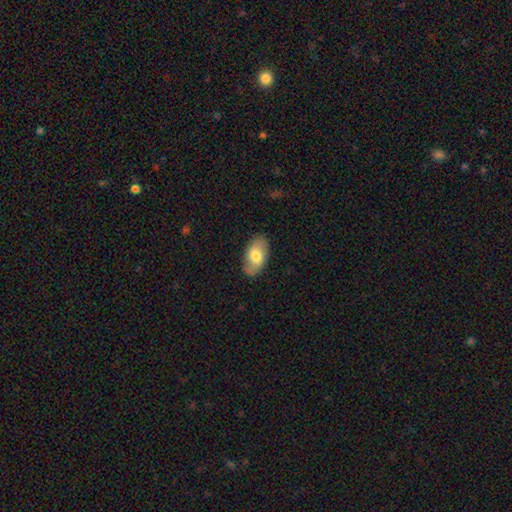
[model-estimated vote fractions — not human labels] Morphology: type=smooth (66%); roundness=in between (93%); merging=none (79%).